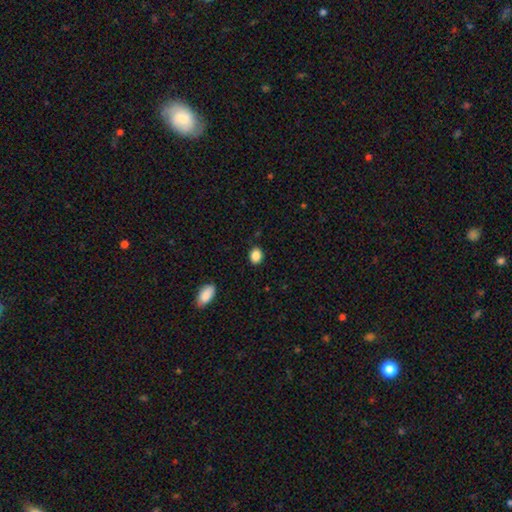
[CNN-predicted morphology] Smooth or featured? Predicted: smooth (p=0.88). How rounded? Predicted: round (p=0.52). Merging? Predicted: none (p=0.88).